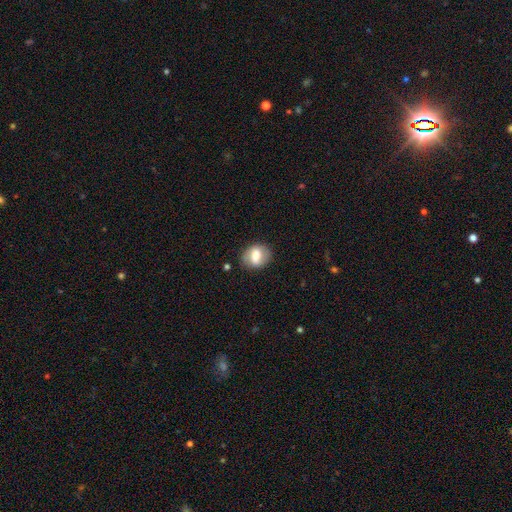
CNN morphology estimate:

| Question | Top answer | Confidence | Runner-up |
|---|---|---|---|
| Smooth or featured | smooth | 61% | featured or disk (31%) |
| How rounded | in between | 56% | round (43%) |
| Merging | none | 79% | minor disturbance (15%) |